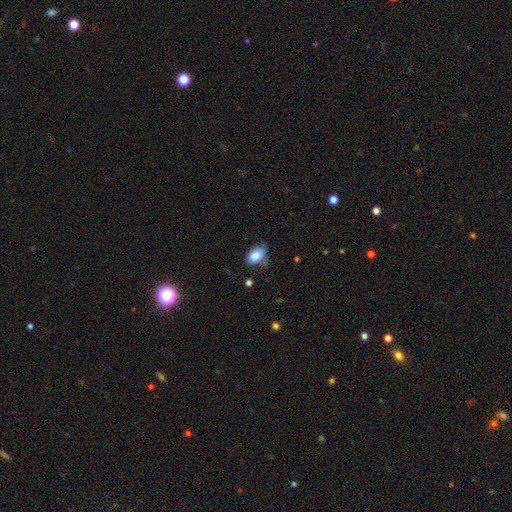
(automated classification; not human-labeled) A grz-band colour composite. It shows a smooth galaxy with no disk features (85%) that is in between round and cigar-shaped (91%). Merging: none (63%).